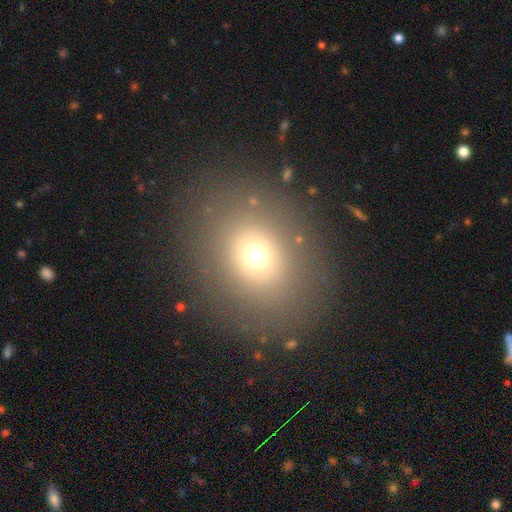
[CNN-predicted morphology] A smooth galaxy with no disk features (66%) that is round (60%). Merging: none (84%).